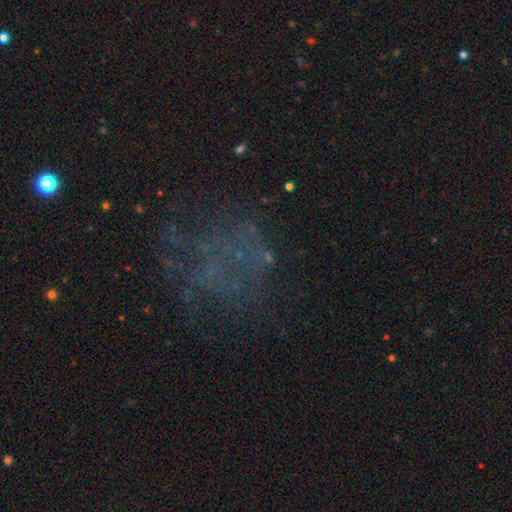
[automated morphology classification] A featured or disk galaxy (42%).

Vote fractions:
- Smooth or featured? featured or disk: 42% / star or artifact: 35% / smooth: 23%
- Merging? none: 53% / major disturbance: 28% / minor disturbance: 15% / merger: 5%